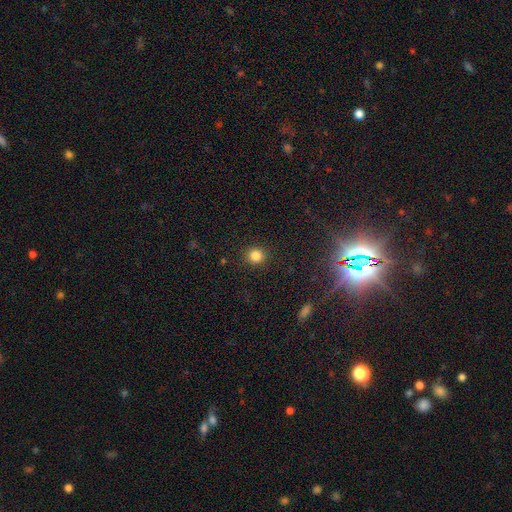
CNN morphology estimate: smooth 84%, star or artifact 12%, featured or disk 4%. Down the decision tree: how rounded — round (91%); merging — none (91%).